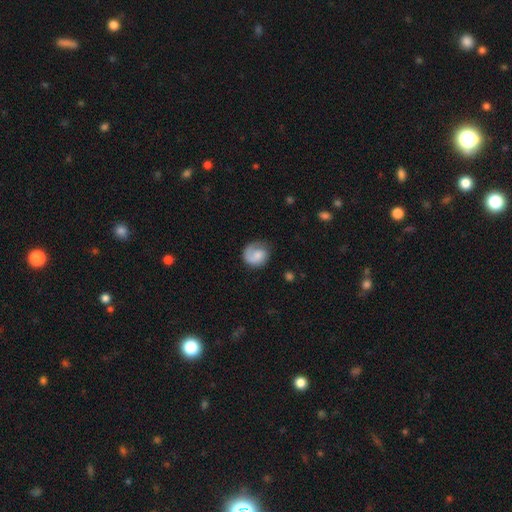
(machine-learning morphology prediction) Smooth or featured? featured or disk (48%)
Merging? none (62%)